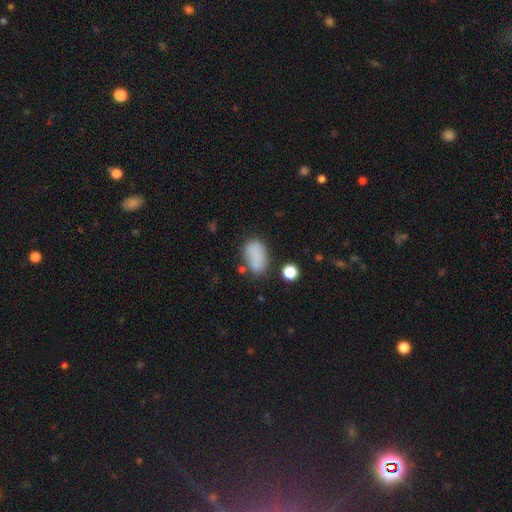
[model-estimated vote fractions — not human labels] This is clearly a smooth galaxy (82%). How rounded: clearly in between (88%). Merging: likely none (62%).